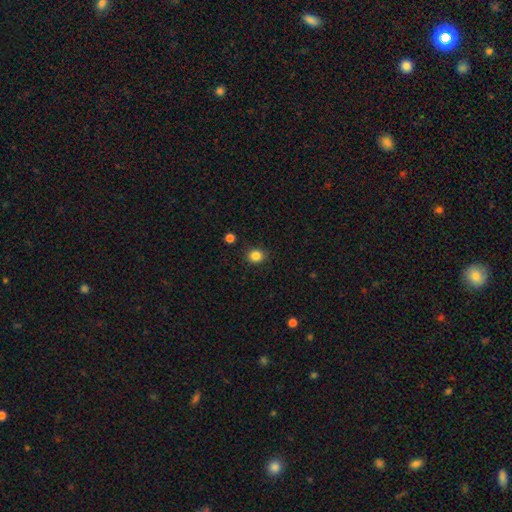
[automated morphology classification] Smooth or featured?
  - smooth: 85% *
  - star or artifact: 11%
  - featured or disk: 4%
How rounded?
  - round: 77% *
  - in between: 22%
  - cigar-shaped: 1%
Merging?
  - none: 88% *
  - minor disturbance: 8%
  - major disturbance: 2%
  - merger: 2%